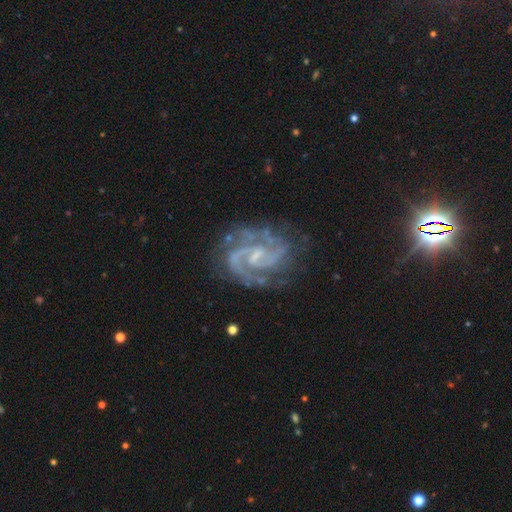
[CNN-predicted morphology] Q: Smooth or featured?
A: featured or disk (92%); runner-up: star or artifact (5%)
Q: Edge-on disk?
A: no (98%); runner-up: yes (2%)
Q: Bar?
A: weak (54%); runner-up: no (29%)
Q: Spiral arms?
A: yes (98%); runner-up: no (2%)
Q: Spiral winding?
A: medium (54%); runner-up: tight (37%)
Q: Spiral arm count?
A: 2 (75%); runner-up: 3 (11%)
Q: Bulge size?
A: small (60%); runner-up: moderate (21%)
Q: Merging?
A: none (72%); runner-up: minor disturbance (17%)